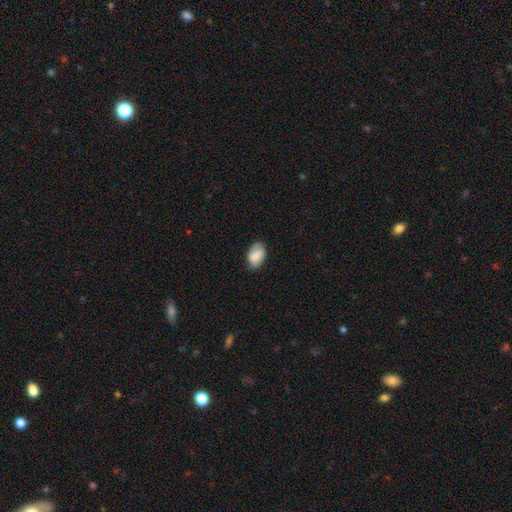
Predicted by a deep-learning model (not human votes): Q: Smooth or featured?
A: smooth (83%); runner-up: featured or disk (10%)
Q: How rounded?
A: in between (91%); runner-up: round (8%)
Q: Merging?
A: none (76%); runner-up: minor disturbance (20%)